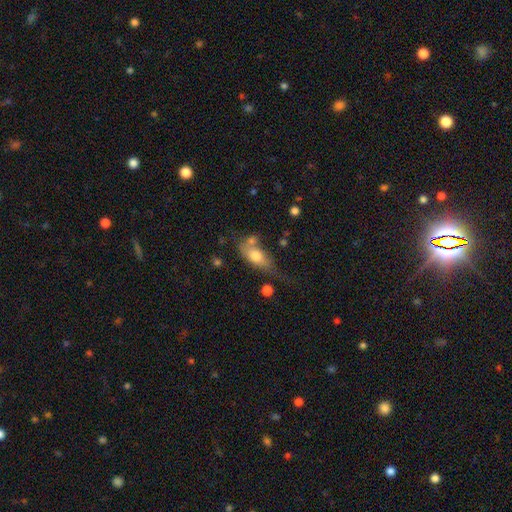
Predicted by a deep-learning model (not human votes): A smooth galaxy with no disk features (69%) that is in between round and cigar-shaped (81%).

Vote fractions:
- Smooth or featured? smooth: 69% / featured or disk: 23% / star or artifact: 8%
- How rounded? in between: 81% / cigar-shaped: 11% / round: 7%
- Merging? none: 35% / minor disturbance: 25% / merger: 21% / major disturbance: 19%